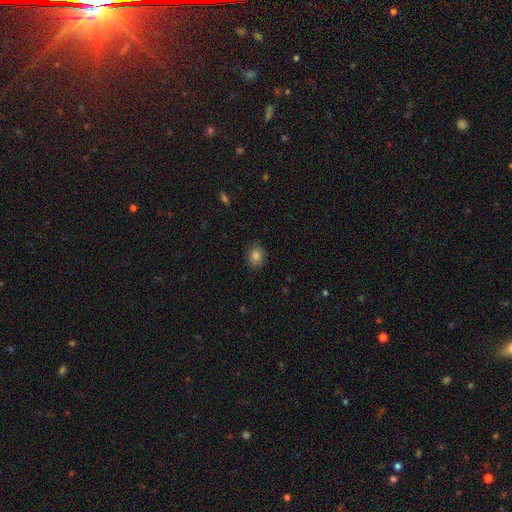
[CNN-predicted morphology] Smooth or featured? smooth (83%)
How rounded? round (50%)
Merging? none (86%)